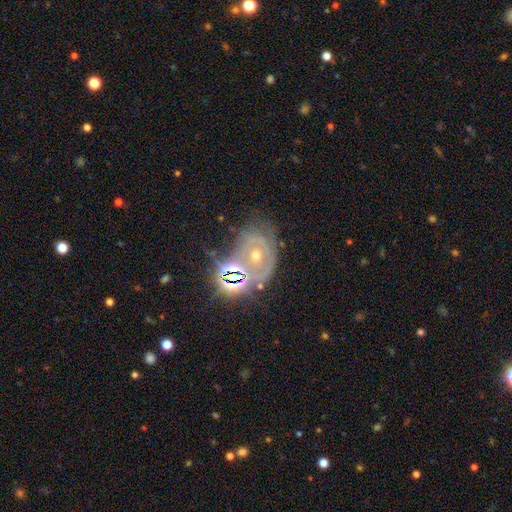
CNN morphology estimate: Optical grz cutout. It shows a featured or disk galaxy (62%) with no bar (75%), spiral arms (66%) and a small central bulge (65%). Merging: none (44%).